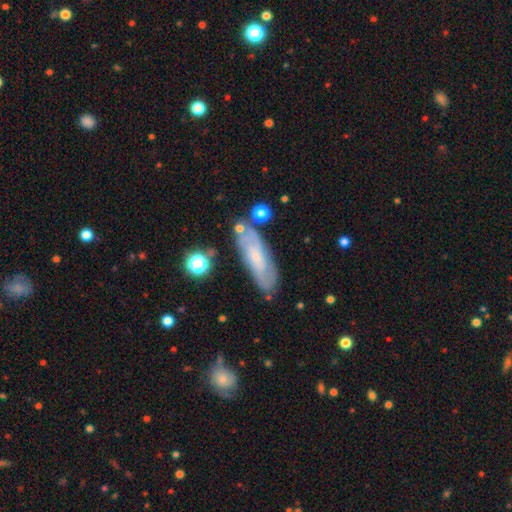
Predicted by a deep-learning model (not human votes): Q: Smooth or featured?
A: featured or disk (54%); runner-up: smooth (38%)
Q: Edge-on disk?
A: no (77%); runner-up: yes (23%)
Q: Merging?
A: none (75%); runner-up: minor disturbance (16%)